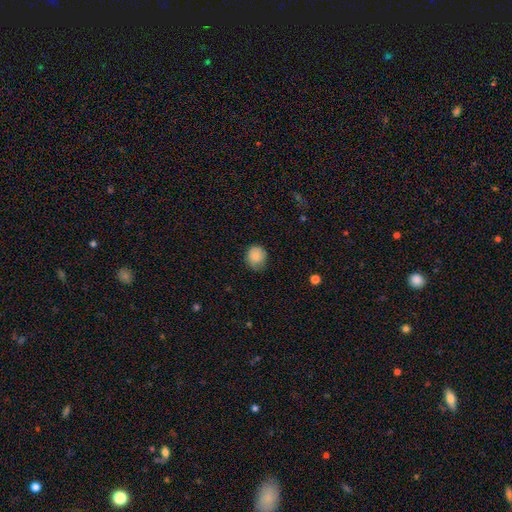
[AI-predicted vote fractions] The model was most divided on "merging": none: 70%, minor disturbance: 24%, major disturbance: 5%, merger: 1%. More confident: smooth or featured — smooth (85%); how rounded — round (81%).